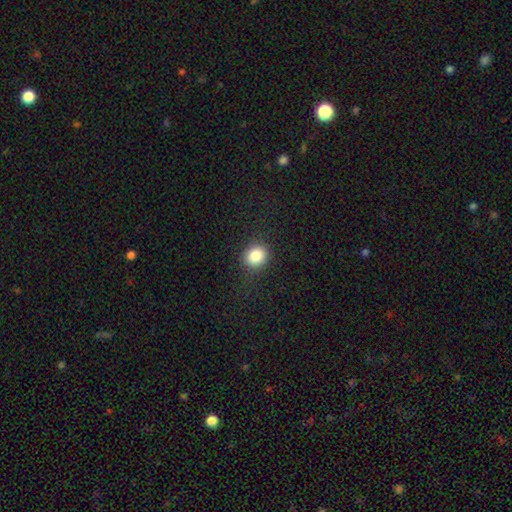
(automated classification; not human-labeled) A smooth galaxy with no disk features (85%) that is round (73%).

Vote fractions:
- Smooth or featured? smooth: 85% / star or artifact: 10% / featured or disk: 5%
- How rounded? round: 73% / in between: 26% / cigar-shaped: 1%
- Merging? none: 87% / minor disturbance: 9% / major disturbance: 3% / merger: 1%